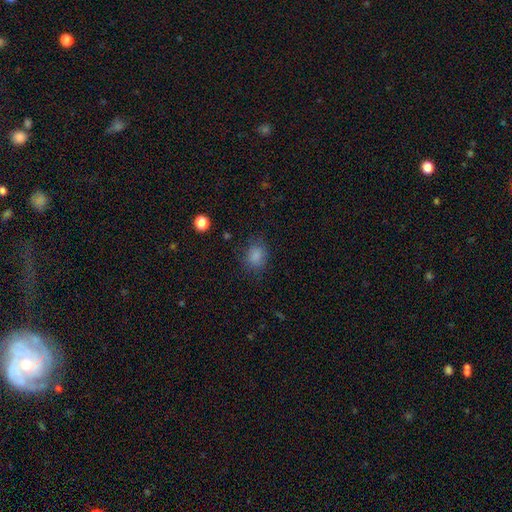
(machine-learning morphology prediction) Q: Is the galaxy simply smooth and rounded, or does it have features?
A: smooth — 84%.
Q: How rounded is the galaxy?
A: in between — 58%.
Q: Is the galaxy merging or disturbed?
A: none — 78%.